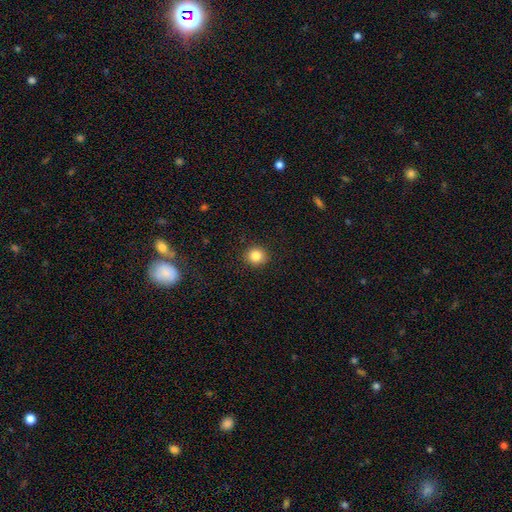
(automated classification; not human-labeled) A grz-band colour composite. It shows a smooth galaxy with no disk features (84%) that is round (89%). Merging: none (91%).